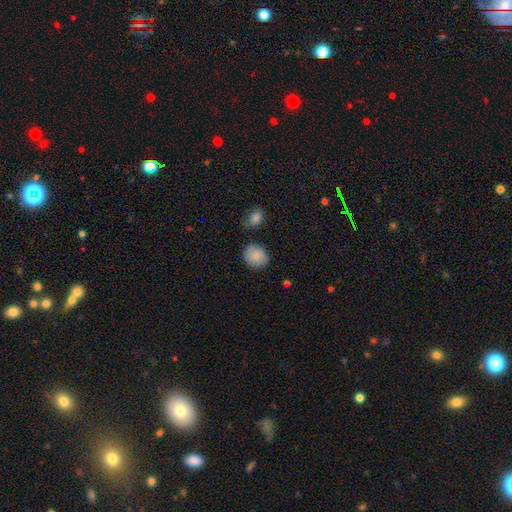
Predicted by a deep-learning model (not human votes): Morphology: type=smooth (87%); roundness=round (73%); merging=none (80%).